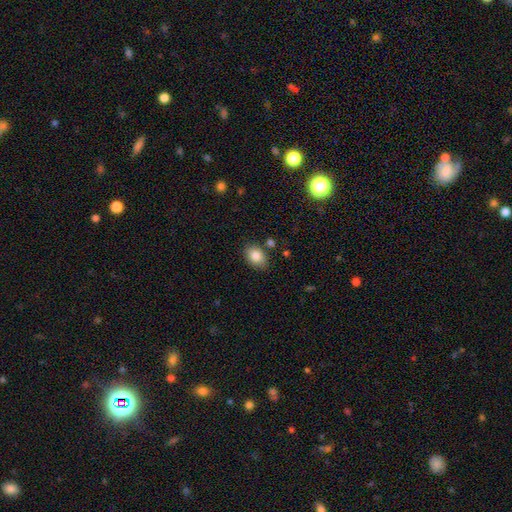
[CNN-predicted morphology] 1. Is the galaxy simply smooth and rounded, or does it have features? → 84% smooth, 8% star or artifact, 8% featured or disk.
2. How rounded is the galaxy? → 78% in between, 21% round, 1% cigar-shaped.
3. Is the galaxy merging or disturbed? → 82% none, 12% minor disturbance, 4% merger, 3% major disturbance.